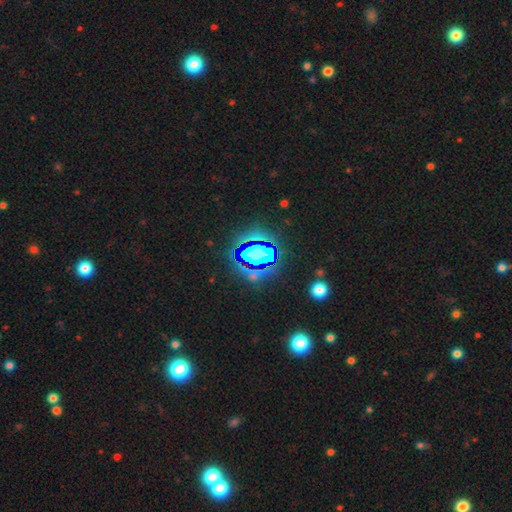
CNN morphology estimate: Smooth or featured: star or artifact — 77% (smooth — 15%)